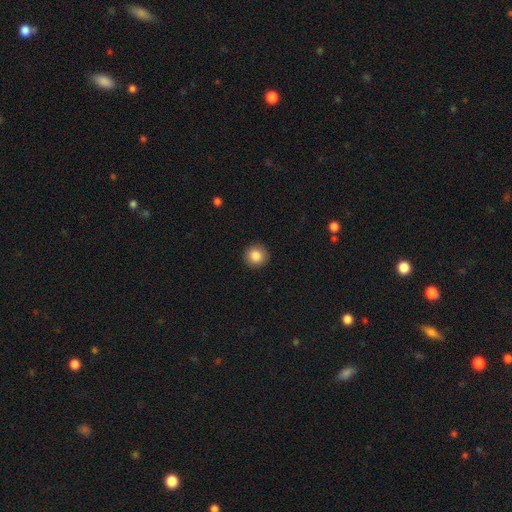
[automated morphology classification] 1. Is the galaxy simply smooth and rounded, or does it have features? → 86% smooth, 9% star or artifact, 5% featured or disk.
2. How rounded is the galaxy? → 93% round, 6% in between, 1% cigar-shaped.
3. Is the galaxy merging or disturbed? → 92% none, 6% minor disturbance, 2% major disturbance, 1% merger.